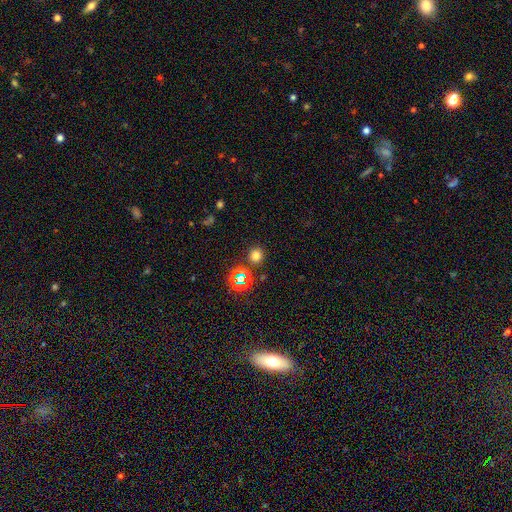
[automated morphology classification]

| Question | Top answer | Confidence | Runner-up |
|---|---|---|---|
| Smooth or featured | smooth | 71% | star or artifact (23%) |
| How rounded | round | 93% | in between (6%) |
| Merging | none | 87% | minor disturbance (6%) |